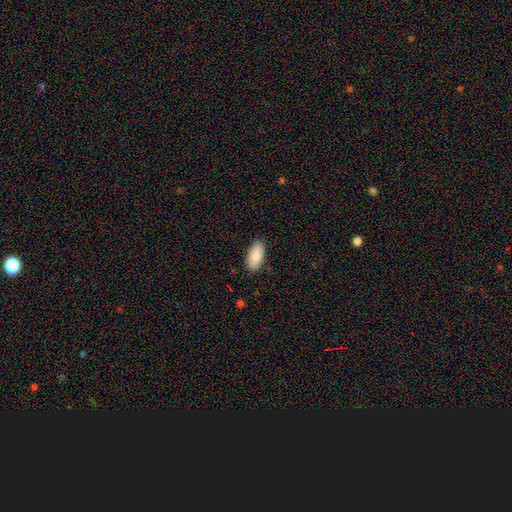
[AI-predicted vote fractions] A smooth galaxy with no disk features (87%) that is in between round and cigar-shaped (93%).

Vote fractions:
- Smooth or featured? smooth: 87% / featured or disk: 7% / star or artifact: 6%
- How rounded? in between: 93% / cigar-shaped: 5% / round: 2%
- Merging? none: 88% / minor disturbance: 9% / major disturbance: 2% / merger: 1%